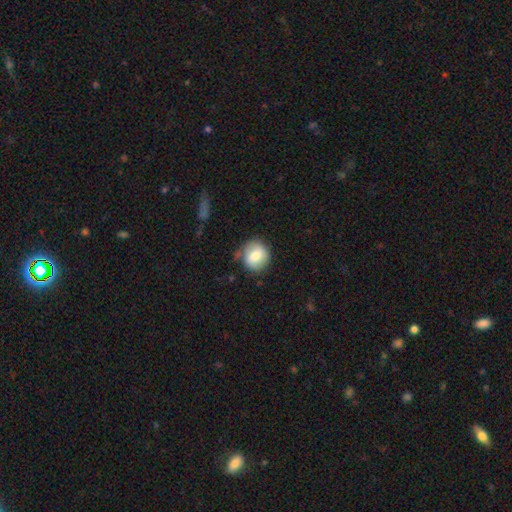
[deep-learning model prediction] smooth-or-featured: smooth: 75% | featured or disk: 17% | star or artifact: 7%
  how-rounded: round: 86% | in between: 13% | cigar-shaped: 1%
  merging: none: 74% | minor disturbance: 18% | major disturbance: 5% | merger: 3%